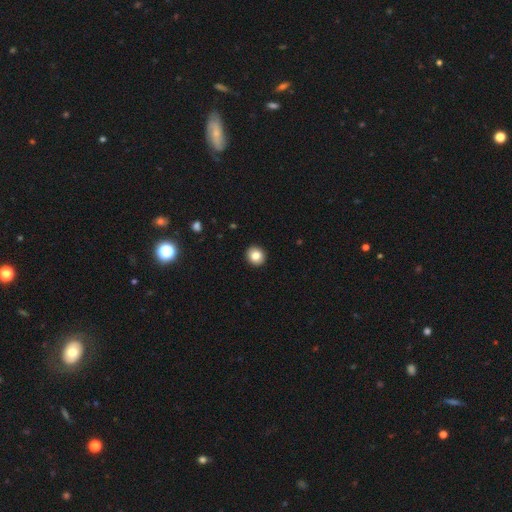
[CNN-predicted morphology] Smooth or featured?
  - smooth: 83% *
  - star or artifact: 9%
  - featured or disk: 7%
How rounded?
  - round: 87% *
  - in between: 12%
  - cigar-shaped: 1%
Merging?
  - none: 93% *
  - minor disturbance: 5%
  - major disturbance: 1%
  - merger: 1%